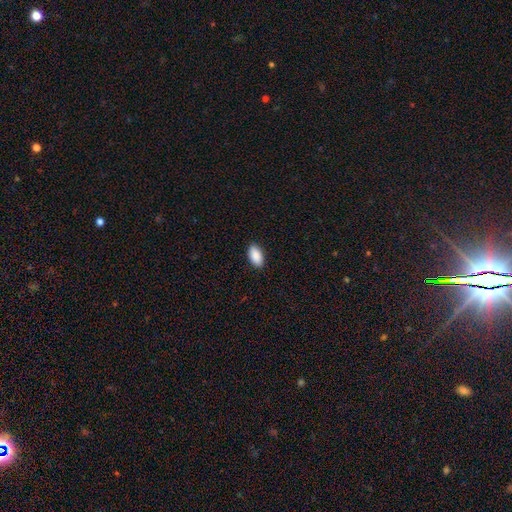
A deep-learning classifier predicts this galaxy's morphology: A smooth galaxy with no disk features (90%) that is in between round and cigar-shaped (95%). Merging: none (89%).